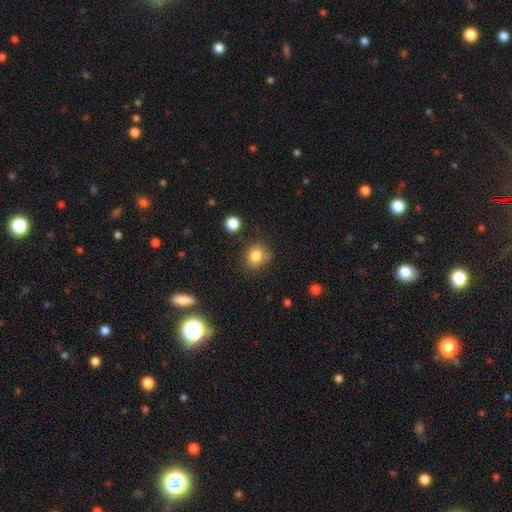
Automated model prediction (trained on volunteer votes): smooth_or_featured: smooth (p=0.82) [alt: star or artifact p=0.11]
how_rounded: round (p=0.79) [alt: in between p=0.20]
merging: none (p=0.75) [alt: minor disturbance p=0.16]